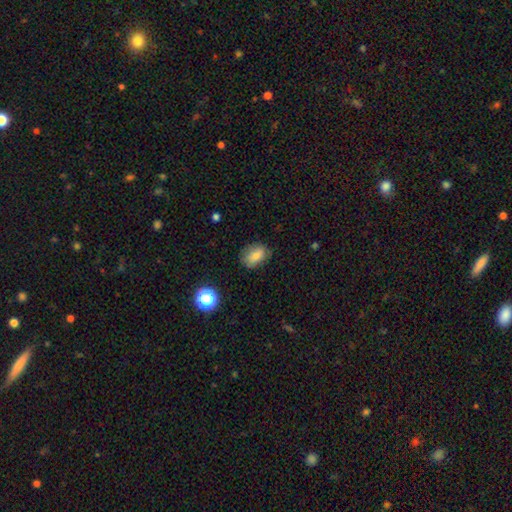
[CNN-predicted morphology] Smooth or featured: smooth — 80% (featured or disk — 10%)
How rounded: in between — 80% (round — 18%)
Merging: none — 76% (minor disturbance — 19%)